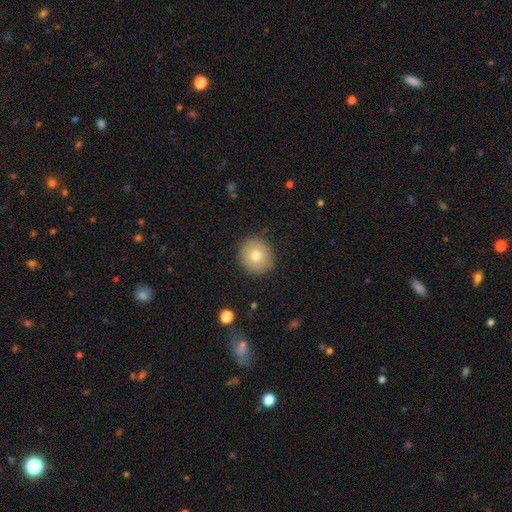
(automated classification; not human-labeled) smooth_or_featured: smooth (p=0.76) [alt: featured or disk p=0.14]
how_rounded: round (p=0.89) [alt: in between p=0.10]
merging: none (p=0.90) [alt: minor disturbance p=0.07]